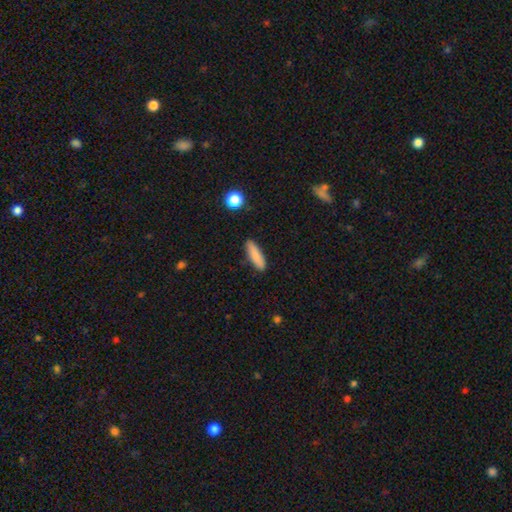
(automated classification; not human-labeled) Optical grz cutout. It shows a smooth galaxy with no disk features (84%) that is cigar-shaped (61%). Merging: none (87%).